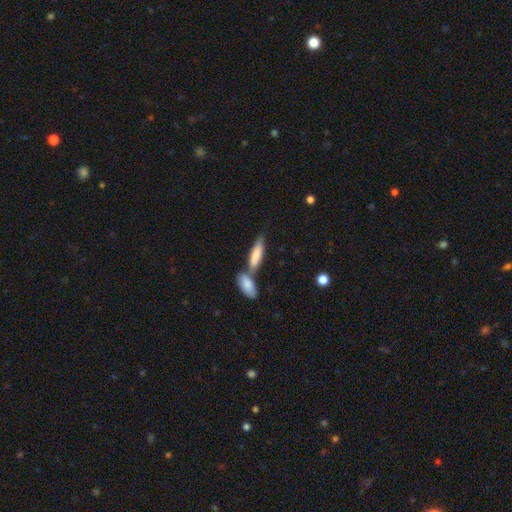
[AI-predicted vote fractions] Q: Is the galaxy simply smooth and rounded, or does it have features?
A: smooth — 72%.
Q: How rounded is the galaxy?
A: cigar-shaped — 49%.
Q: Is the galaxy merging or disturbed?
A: merger — 43%, tied with none.